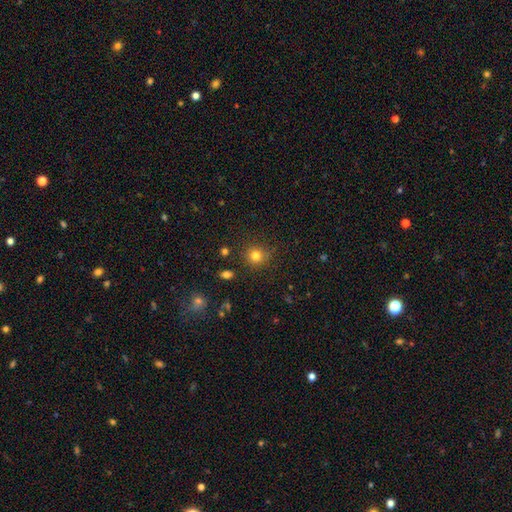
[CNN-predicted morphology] Smooth or featured? smooth (80%)
How rounded? round (89%)
Merging? none (84%)